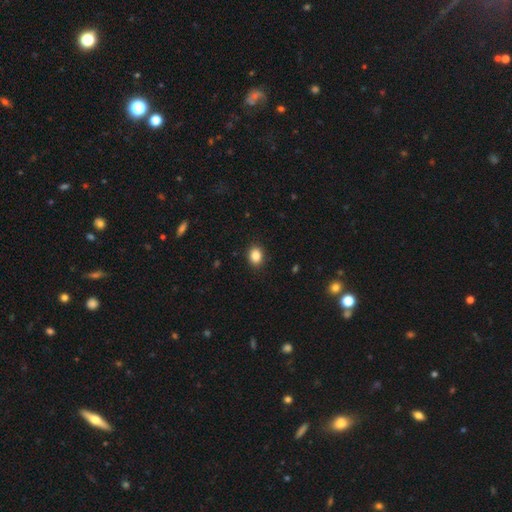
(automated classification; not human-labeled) smooth_or_featured: smooth (p=0.86) [alt: star or artifact p=0.09]
how_rounded: in between (p=0.59) [alt: round p=0.40]
merging: none (p=0.89) [alt: minor disturbance p=0.08]